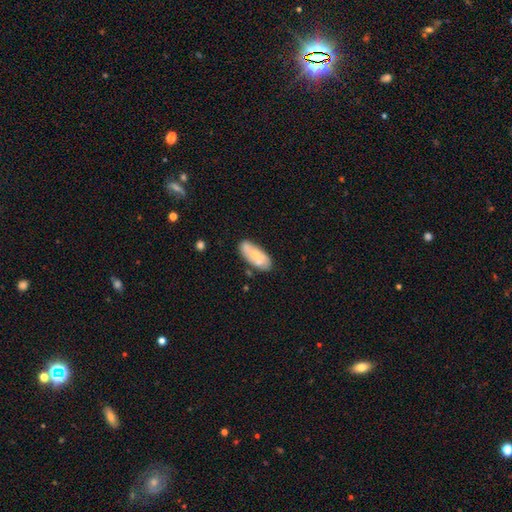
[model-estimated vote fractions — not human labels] This appears to be a smooth galaxy with no disk features (54%) that is in between round and cigar-shaped (85%). Merging: none (68%).